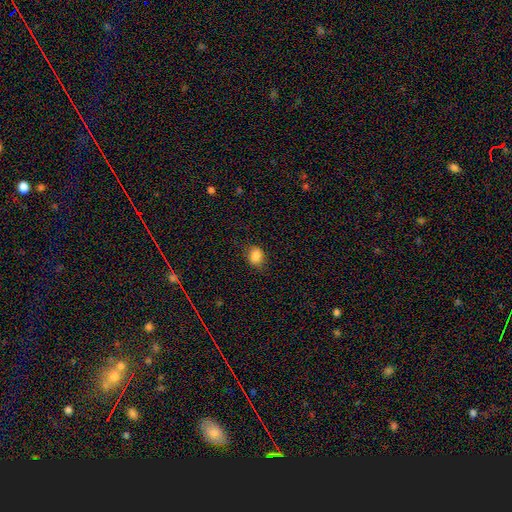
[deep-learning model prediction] Overall: smooth (85%). How rounded: in between (52%; round 47%). Merging: none (77%).